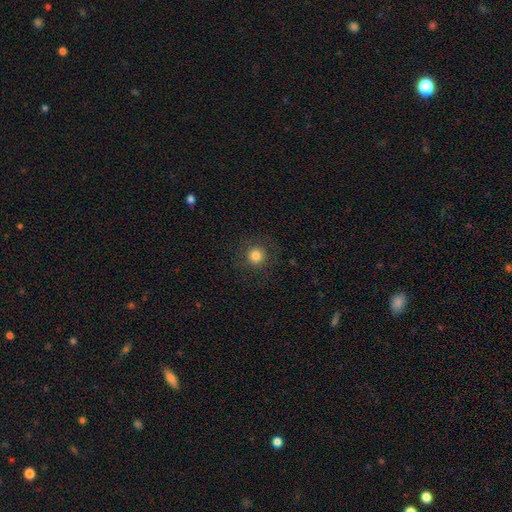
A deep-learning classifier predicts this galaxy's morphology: Smooth or featured? Predicted: smooth (p=0.82). How rounded? Predicted: round (p=0.95). Merging? Predicted: none (p=0.88).